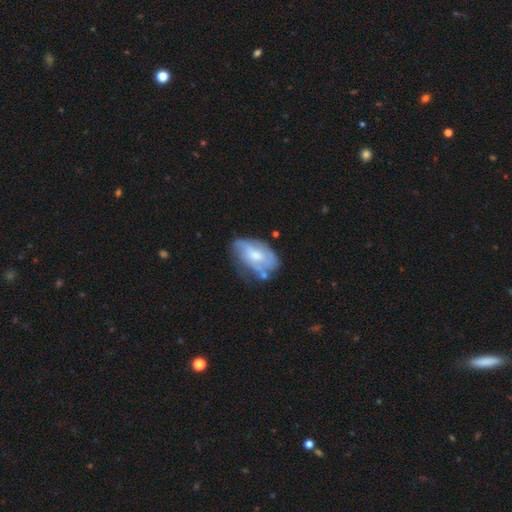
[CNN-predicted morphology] Smooth or featured?
  - featured or disk: 60% *
  - smooth: 33%
  - star or artifact: 6%
Edge-on disk?
  - no: 94% *
  - yes: 6%
Bar?
  - no: 57% *
  - weak: 36%
  - strong: 7%
Spiral arms?
  - yes: 64% *
  - no: 36%
Bulge size?
  - moderate: 57% *
  - small: 34%
  - large: 5%
  - none: 3%
  - dominant: 1%
Merging?
  - none: 46% *
  - minor disturbance: 31%
  - major disturbance: 15%
  - merger: 9%